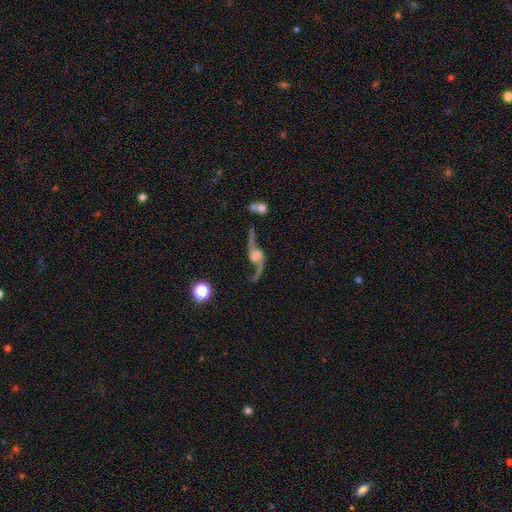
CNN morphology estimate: This is clearly a featured or disk galaxy (90%). It is clearly not viewed edge-on (95%). Bar: possibly no (49%). Spiral arm pattern: clearly yes (96%). Spiral arm count: clearly 2 (94%). Spiral winding: clearly loose (91%). Central bulge: marginally none (31%). Merging: likely none (65%).